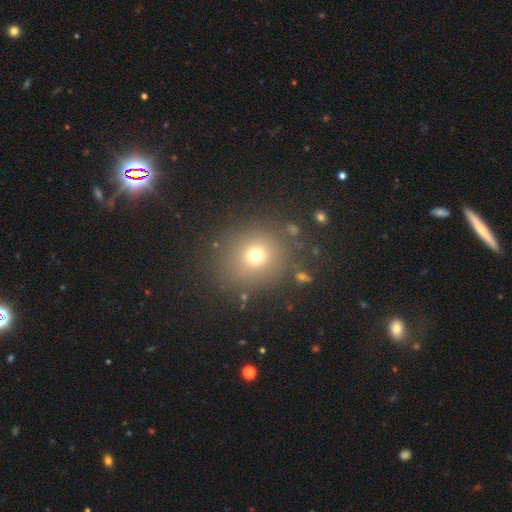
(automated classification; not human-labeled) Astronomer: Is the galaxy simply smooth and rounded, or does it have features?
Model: smooth — 70%.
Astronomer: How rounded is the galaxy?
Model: round — 85%.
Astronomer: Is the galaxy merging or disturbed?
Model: none — 83%.